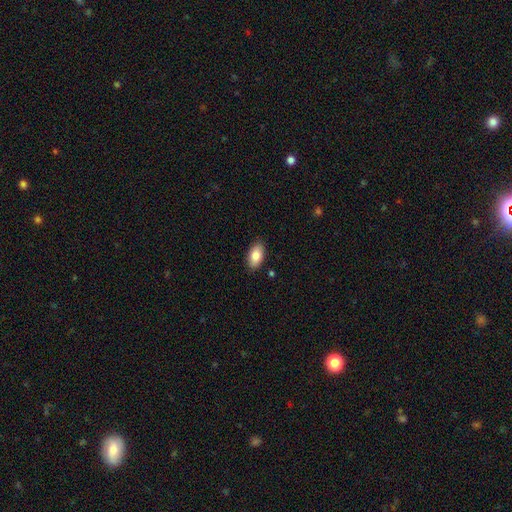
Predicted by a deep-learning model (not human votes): This is clearly a smooth galaxy (84%). How rounded: clearly in between (94%). Merging: clearly none (88%).